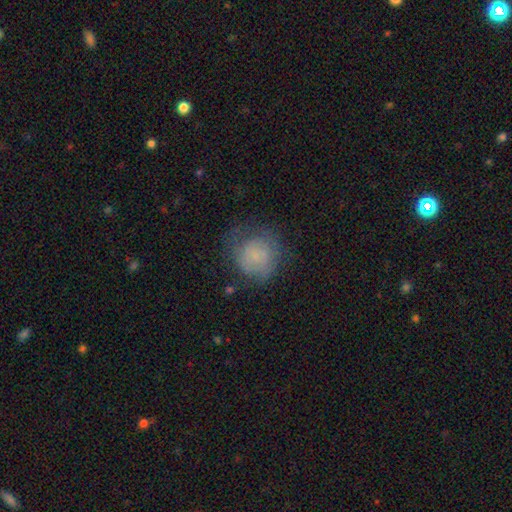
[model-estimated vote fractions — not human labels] A smooth galaxy with no disk features (62%) that is round (87%). Merging: none (56%).